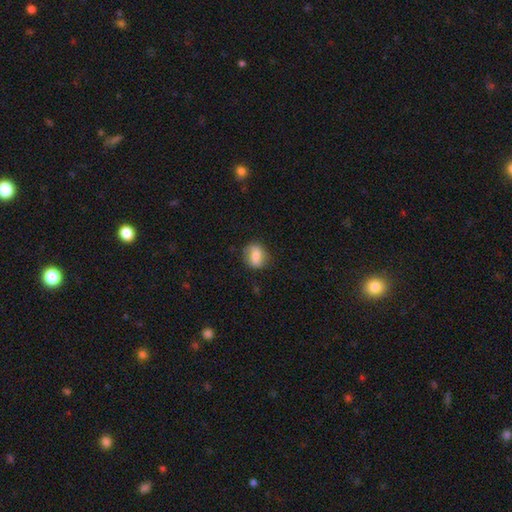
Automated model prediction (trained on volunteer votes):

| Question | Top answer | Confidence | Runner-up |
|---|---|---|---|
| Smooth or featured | smooth | 73% | featured or disk (19%) |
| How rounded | round | 53% | in between (45%) |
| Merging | none | 77% | minor disturbance (17%) |